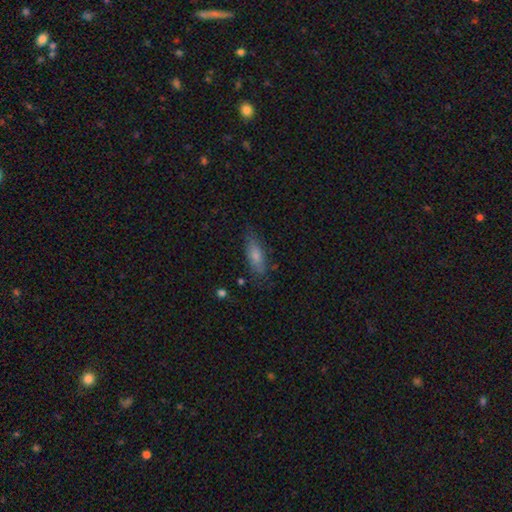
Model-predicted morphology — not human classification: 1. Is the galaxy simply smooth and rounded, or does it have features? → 72% smooth, 20% featured or disk, 8% star or artifact.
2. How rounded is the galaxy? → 59% in between, 39% cigar-shaped, 2% round.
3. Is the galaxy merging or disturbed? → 74% none, 19% minor disturbance, 5% major disturbance, 2% merger.